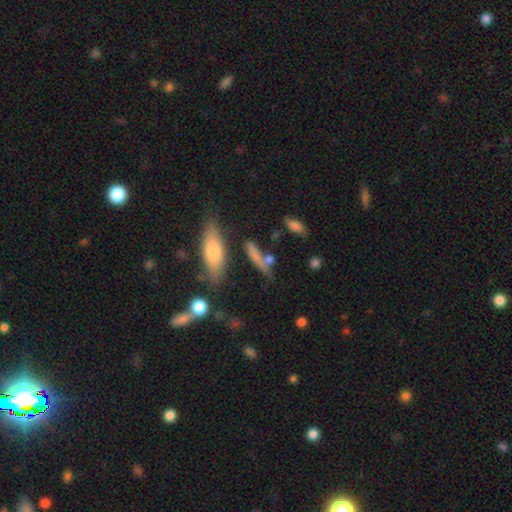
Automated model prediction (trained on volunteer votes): Morphology: type=smooth (67%); roundness=cigar-shaped (57%); merging=none (52%).